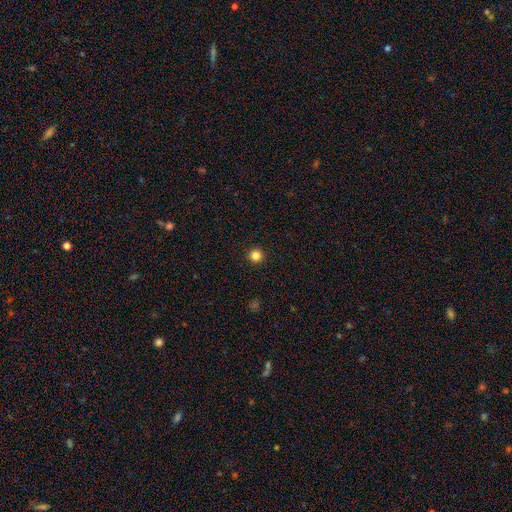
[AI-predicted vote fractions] smooth-or-featured: smooth: 83% | star or artifact: 13% | featured or disk: 4%
  how-rounded: round: 96% | in between: 3% | cigar-shaped: 1%
  merging: none: 94% | minor disturbance: 4% | major disturbance: 2% | merger: 1%